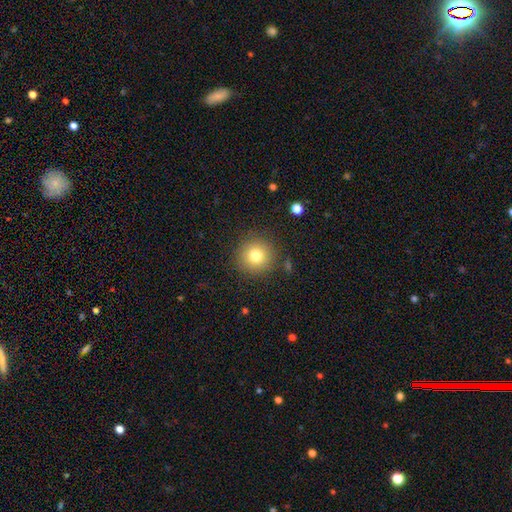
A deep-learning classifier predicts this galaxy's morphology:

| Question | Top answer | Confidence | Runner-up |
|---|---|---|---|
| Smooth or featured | smooth | 79% | star or artifact (12%) |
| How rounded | round | 94% | in between (5%) |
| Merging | none | 88% | minor disturbance (7%) |